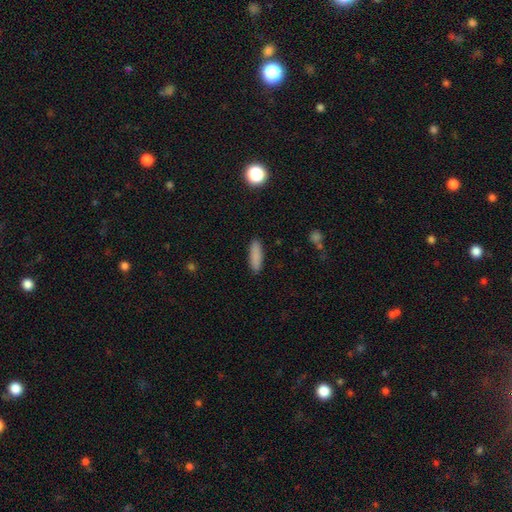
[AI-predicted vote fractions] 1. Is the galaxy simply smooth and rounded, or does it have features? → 87% smooth, 7% star or artifact, 6% featured or disk.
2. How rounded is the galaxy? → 52% cigar-shaped, 46% in between, 2% round.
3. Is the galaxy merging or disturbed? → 89% none, 8% minor disturbance, 2% major disturbance, 1% merger.